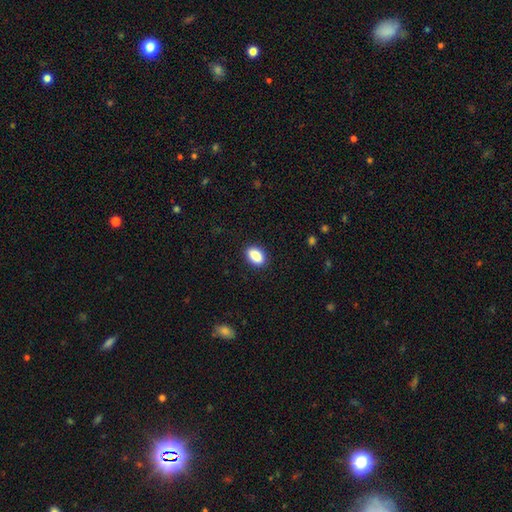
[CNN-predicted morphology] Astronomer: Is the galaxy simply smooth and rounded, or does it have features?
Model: smooth — 88%.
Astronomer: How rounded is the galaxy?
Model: in between — 88%.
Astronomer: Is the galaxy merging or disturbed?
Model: none — 88%.